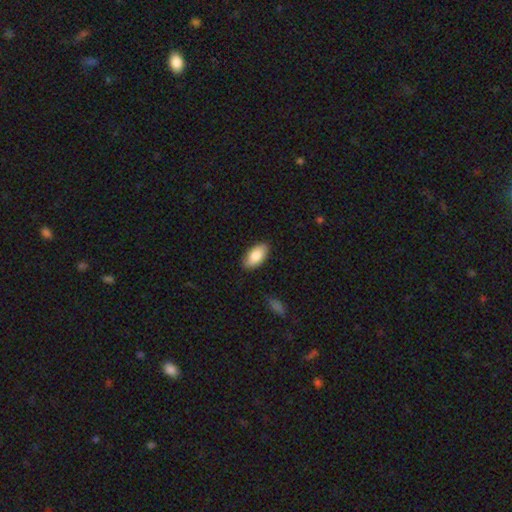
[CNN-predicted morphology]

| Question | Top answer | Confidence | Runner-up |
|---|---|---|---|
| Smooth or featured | smooth | 84% | featured or disk (10%) |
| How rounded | in between | 93% | cigar-shaped (4%) |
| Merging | none | 85% | minor disturbance (11%) |